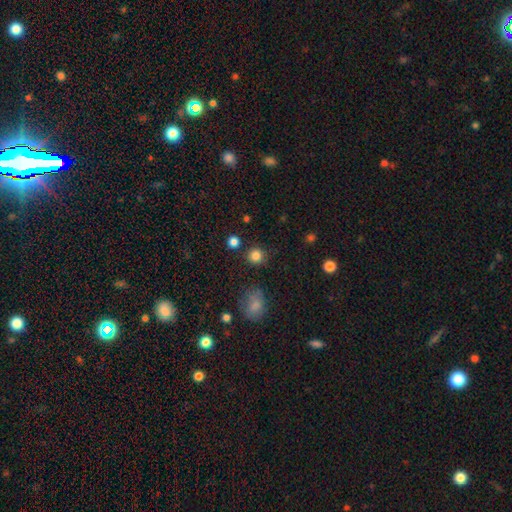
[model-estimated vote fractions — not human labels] This appears to be a smooth galaxy with no disk features (83%) that is round (92%). Merging: none (86%).